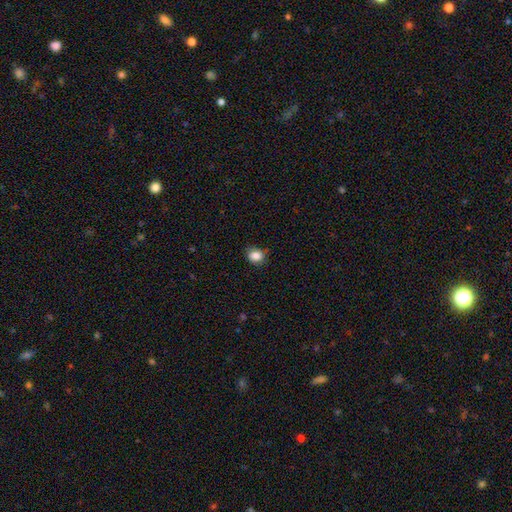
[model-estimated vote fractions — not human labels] smooth_or_featured: smooth (p=0.85) [alt: star or artifact p=0.09]
how_rounded: round (p=0.57) [alt: in between p=0.42]
merging: none (p=0.73) [alt: minor disturbance p=0.22]